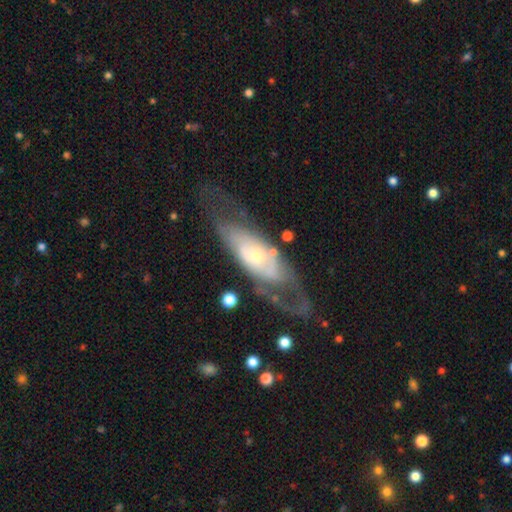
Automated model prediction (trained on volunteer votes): This appears to be a featured or disk galaxy (74%) with no bar (77%), spiral arms (66%) and a small central bulge (63%). Merging: none (59%).